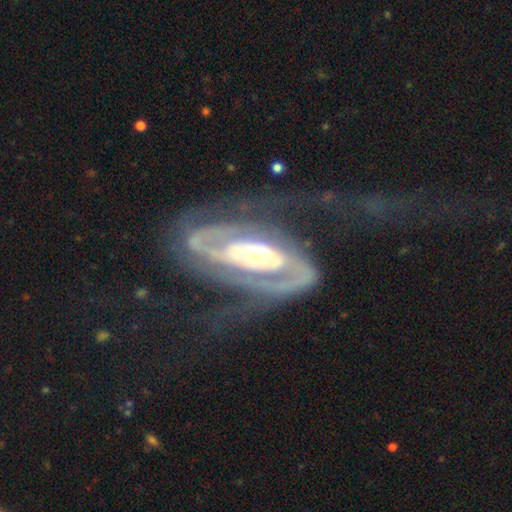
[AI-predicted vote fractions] Overall: featured or disk (87%). Edge-on disk: no (92%). Bar: no (59%; weak 23%). Spiral arms: yes (89%). Spiral arm count: 2 (62%). Spiral winding: tight (46%; medium 36%). Bulge size: moderate (56%; small 25%). Merging: none (50%; major disturbance 30%).